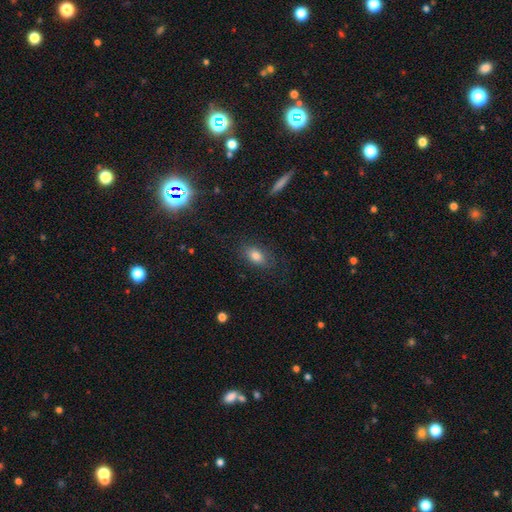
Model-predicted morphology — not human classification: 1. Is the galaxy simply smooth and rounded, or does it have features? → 80% smooth, 10% featured or disk, 10% star or artifact.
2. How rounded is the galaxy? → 84% in between, 11% round, 4% cigar-shaped.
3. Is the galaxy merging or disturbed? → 78% none, 15% minor disturbance, 6% major disturbance, 1% merger.